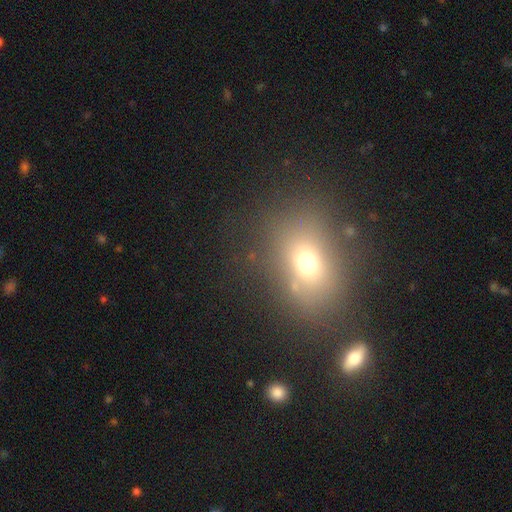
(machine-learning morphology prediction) smooth 58%, star or artifact 27%, featured or disk 16%. Down the decision tree: how rounded — in between (56%); merging — none (76%).